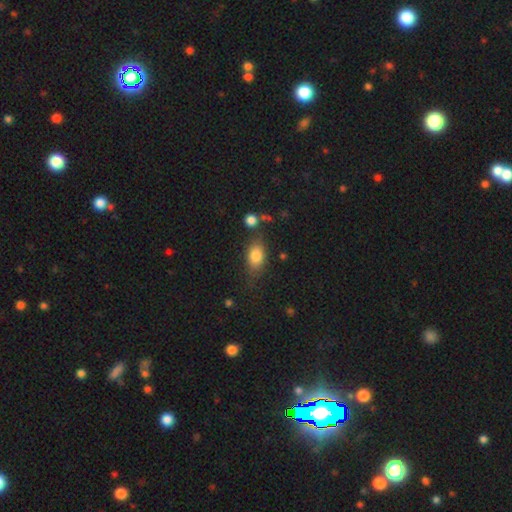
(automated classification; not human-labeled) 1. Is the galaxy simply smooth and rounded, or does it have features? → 81% smooth, 10% featured or disk, 8% star or artifact.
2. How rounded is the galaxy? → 82% in between, 14% round, 4% cigar-shaped.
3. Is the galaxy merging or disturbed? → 68% none, 19% minor disturbance, 7% major disturbance, 6% merger.